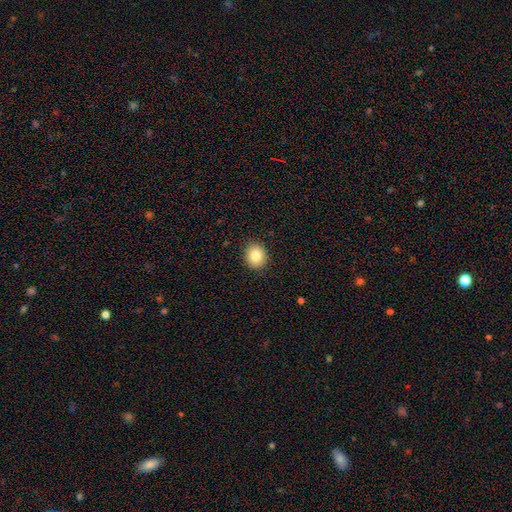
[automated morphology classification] Smooth or featured? smooth (84%)
How rounded? round (72%)
Merging? none (90%)